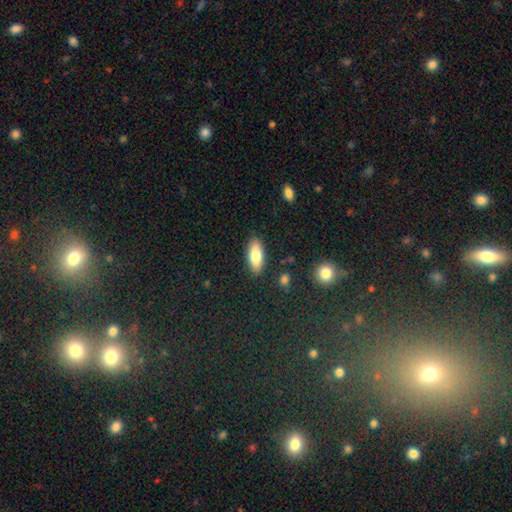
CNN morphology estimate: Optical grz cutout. It shows a smooth galaxy with no disk features (80%) that is in between round and cigar-shaped (80%). Merging: none (87%).